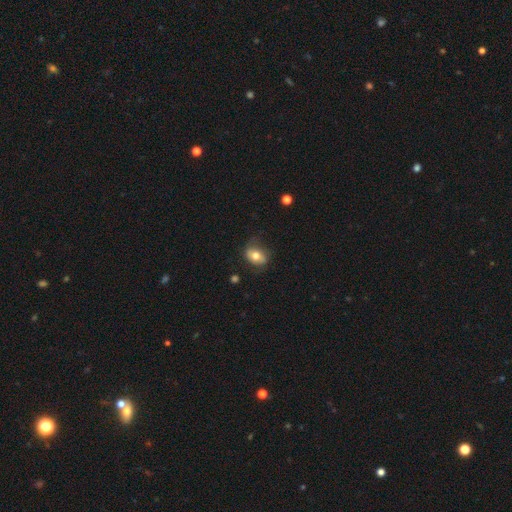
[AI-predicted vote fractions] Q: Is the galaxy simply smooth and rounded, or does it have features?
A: smooth — 67%.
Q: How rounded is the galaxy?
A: in between — 67%.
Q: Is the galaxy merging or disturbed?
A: none — 64%.